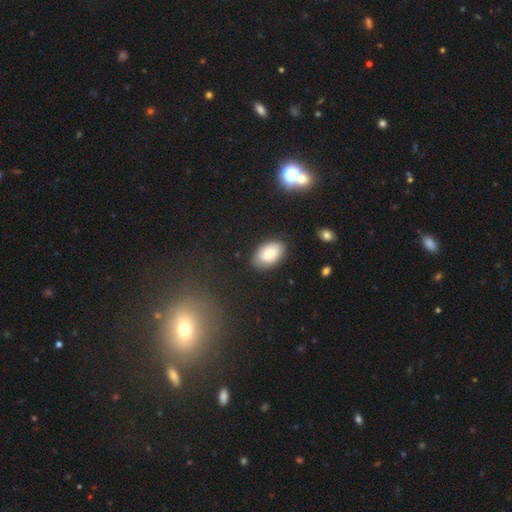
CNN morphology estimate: This appears to be a smooth galaxy with no disk features (45%). Merging: none (83%).